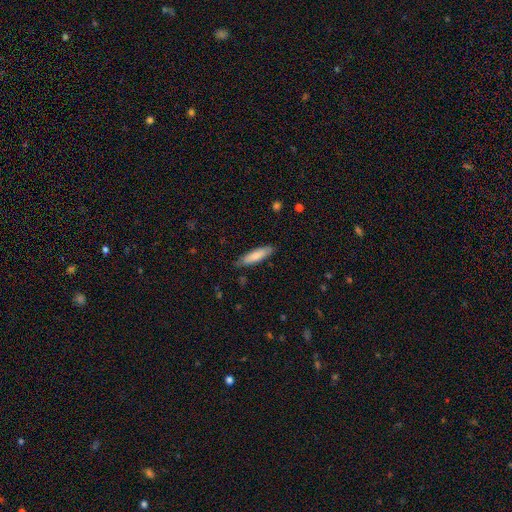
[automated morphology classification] smooth 79%, featured or disk 15%, star or artifact 6%. Down the decision tree: how rounded — cigar-shaped (66%); merging — none (82%).